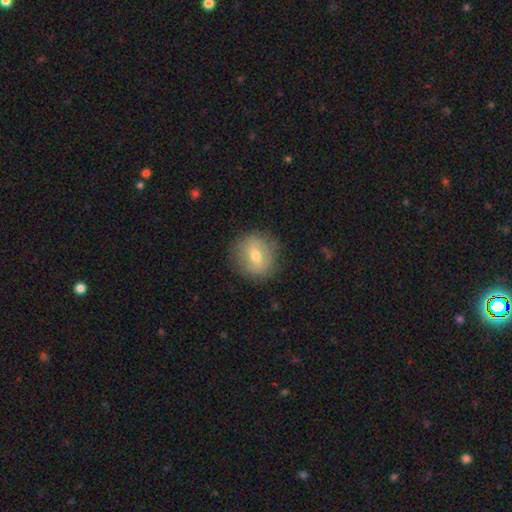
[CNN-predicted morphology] A smooth galaxy with no disk features (63%) that is round (83%). Merging: none (84%).